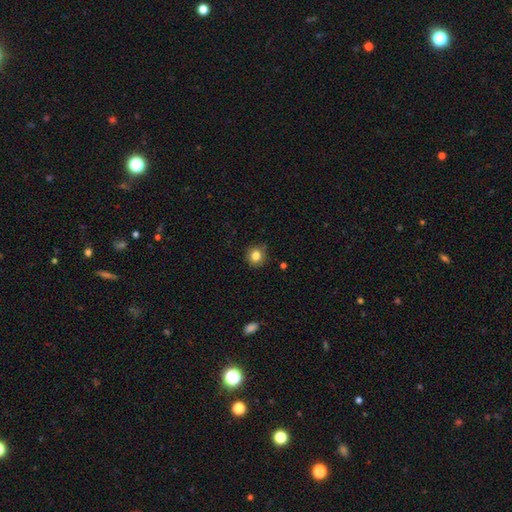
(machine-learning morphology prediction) A smooth galaxy with no disk features (82%) that is round (89%).

Vote fractions:
- Smooth or featured? smooth: 82% / star or artifact: 11% / featured or disk: 7%
- How rounded? round: 89% / in between: 10% / cigar-shaped: 1%
- Merging? none: 83% / minor disturbance: 13% / major disturbance: 3% / merger: 1%